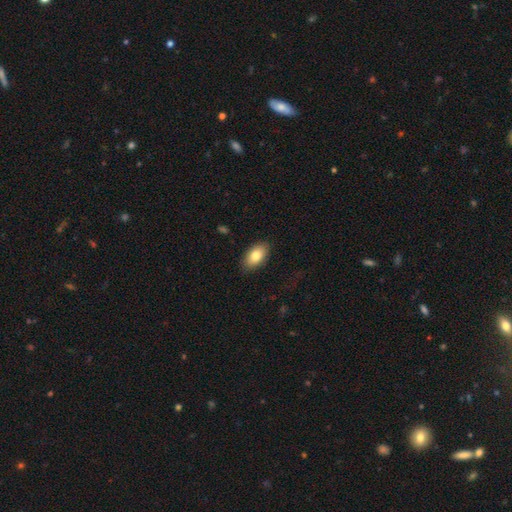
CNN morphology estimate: This is likely a smooth galaxy (79%). How rounded: clearly in between (92%). Merging: clearly none (86%).